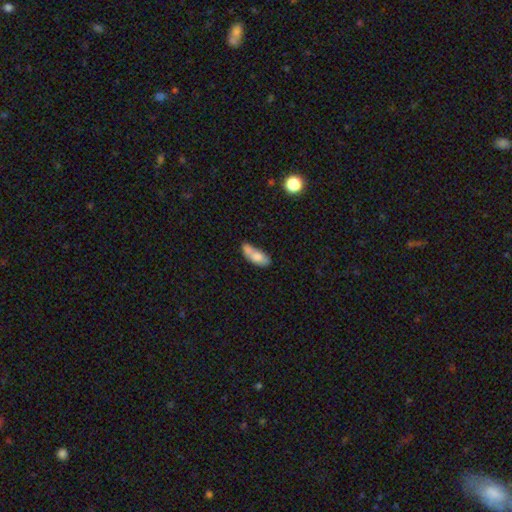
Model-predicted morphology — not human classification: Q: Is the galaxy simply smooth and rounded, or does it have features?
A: smooth — 72%.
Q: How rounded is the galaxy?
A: in between — 78%.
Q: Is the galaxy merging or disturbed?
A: none — 35%.